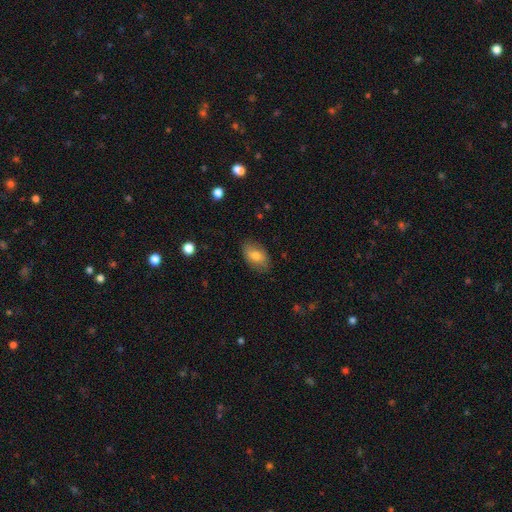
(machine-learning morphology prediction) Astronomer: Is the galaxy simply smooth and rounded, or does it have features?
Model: smooth — 72%.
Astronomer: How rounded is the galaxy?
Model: in between — 90%.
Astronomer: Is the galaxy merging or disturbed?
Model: none — 80%.